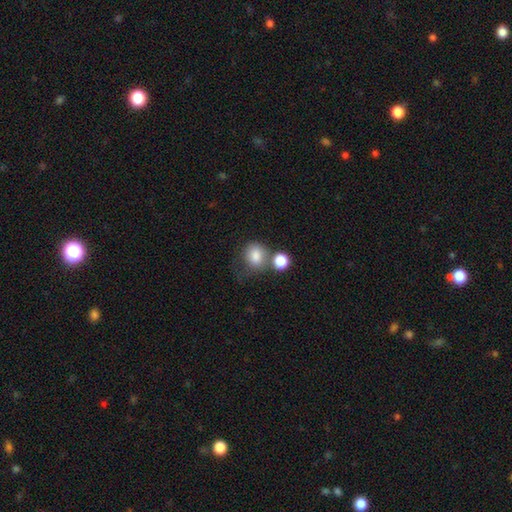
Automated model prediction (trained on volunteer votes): Q: Smooth or featured?
A: smooth (81%); runner-up: star or artifact (10%)
Q: How rounded?
A: round (68%); runner-up: in between (31%)
Q: Merging?
A: none (46%); runner-up: merger (28%)